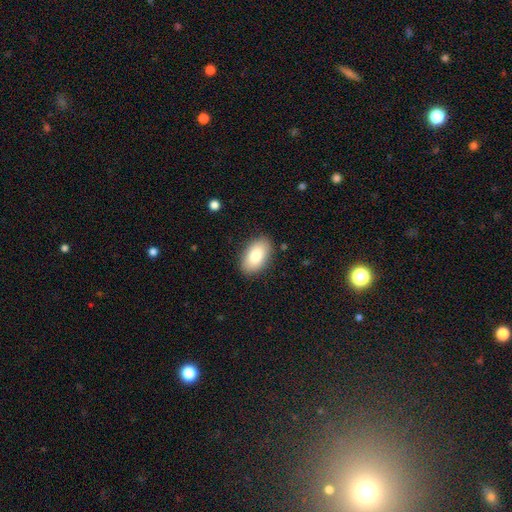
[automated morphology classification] smooth_or_featured: smooth (p=0.84) [alt: featured or disk p=0.10]
how_rounded: in between (p=0.94) [alt: round p=0.04]
merging: none (p=0.86) [alt: minor disturbance p=0.10]